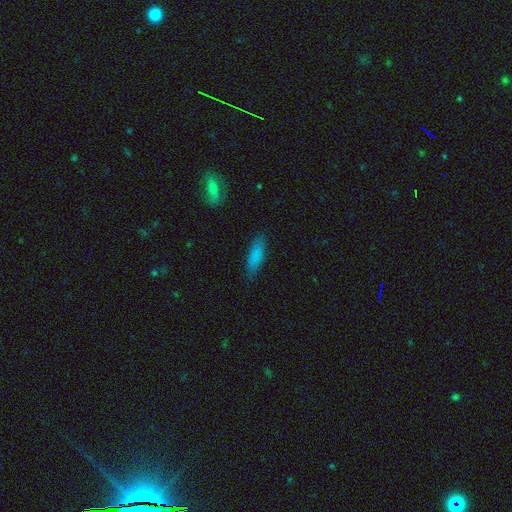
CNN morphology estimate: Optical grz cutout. It shows a smooth galaxy with no disk features (83%) that is cigar-shaped (53%). Merging: none (84%).